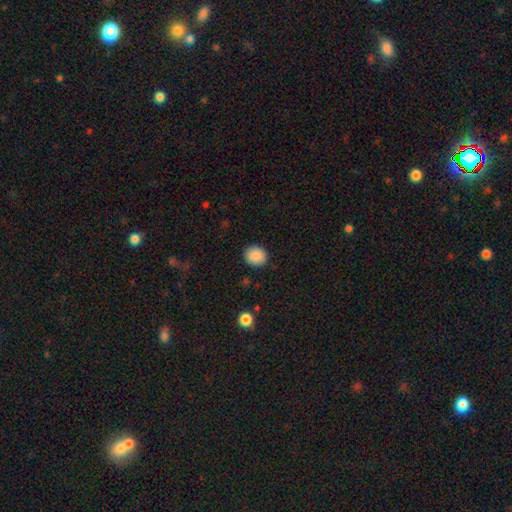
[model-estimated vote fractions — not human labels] A smooth galaxy with no disk features (89%) that is round (84%).

Vote fractions:
- Smooth or featured? smooth: 89% / star or artifact: 8% / featured or disk: 3%
- How rounded? round: 84% / in between: 15% / cigar-shaped: 1%
- Merging? none: 91% / minor disturbance: 6% / major disturbance: 2% / merger: 1%